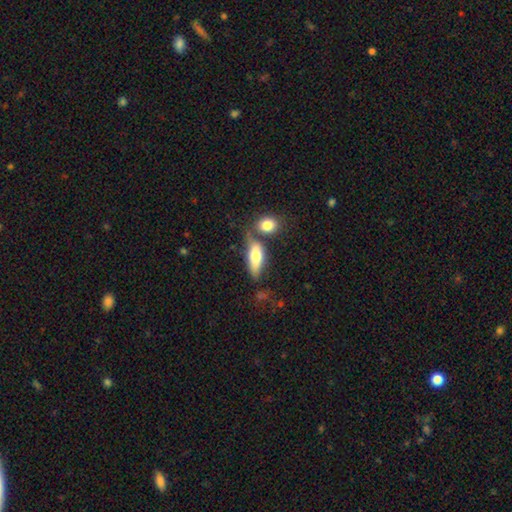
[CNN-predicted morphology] type=smooth (67%); roundness=in between (67%); merging=none (45%).